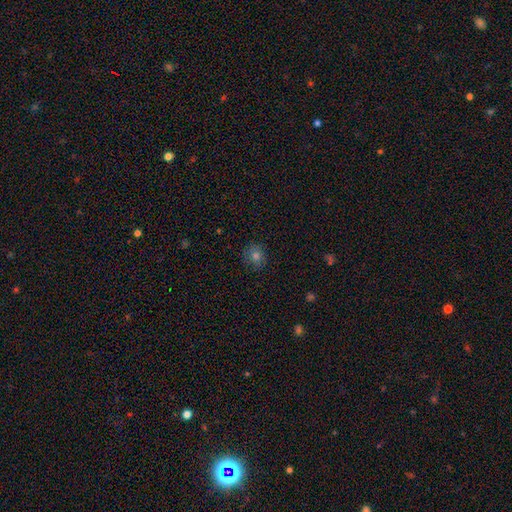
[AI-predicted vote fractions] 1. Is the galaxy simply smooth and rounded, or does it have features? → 71% smooth, 18% star or artifact, 11% featured or disk.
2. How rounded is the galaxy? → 84% round, 15% in between, 1% cigar-shaped.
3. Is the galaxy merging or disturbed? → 86% none, 11% minor disturbance, 3% major disturbance, 1% merger.